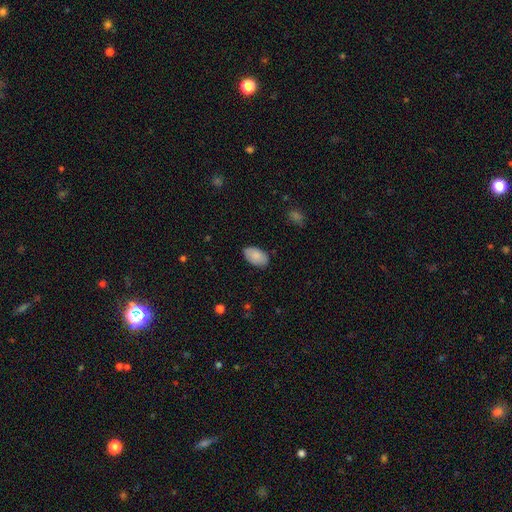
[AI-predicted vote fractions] This appears to be a smooth galaxy with no disk features (87%) that is in between round and cigar-shaped (94%). Merging: none (85%).